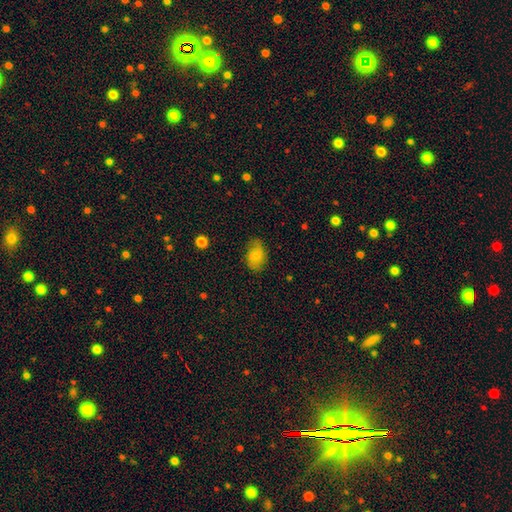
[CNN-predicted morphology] smooth 76%, featured or disk 15%, star or artifact 9%. Down the decision tree: how rounded — in between (86%); merging — none (71%).